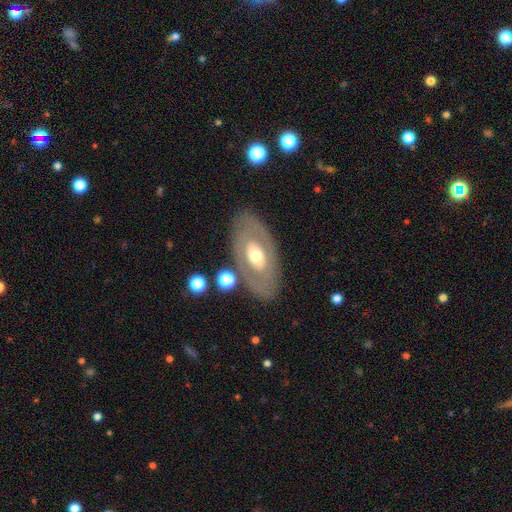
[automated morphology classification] type=featured or disk (58%); edge-on=no (88%); bar=no (84%); spiral arms=no (87%); bulge=moderate (66%); merging=none (81%).